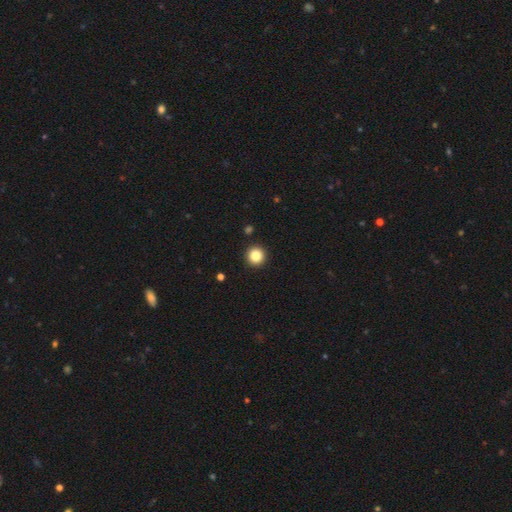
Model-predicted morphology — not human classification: This is clearly a smooth galaxy (86%). How rounded: clearly round (95%). Merging: clearly none (93%).